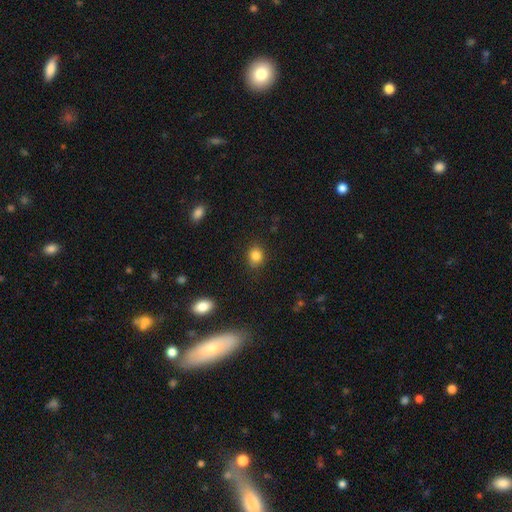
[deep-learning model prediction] Smooth or featured? smooth (84%)
How rounded? round (63%)
Merging? none (85%)